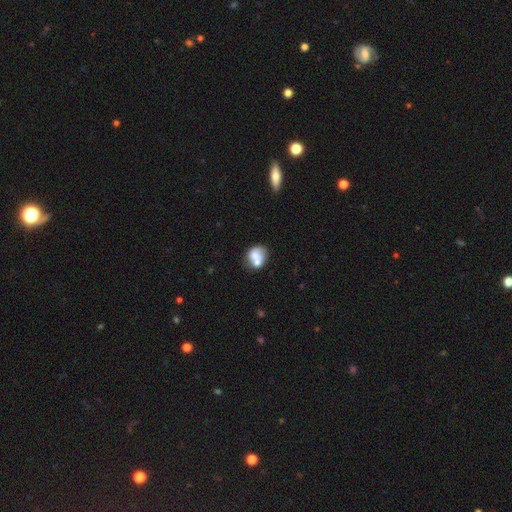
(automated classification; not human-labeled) smooth_or_featured: smooth (p=0.62) [alt: featured or disk p=0.29]
how_rounded: round (p=0.56) [alt: in between p=0.43]
merging: merger (p=0.45) [alt: none p=0.32]